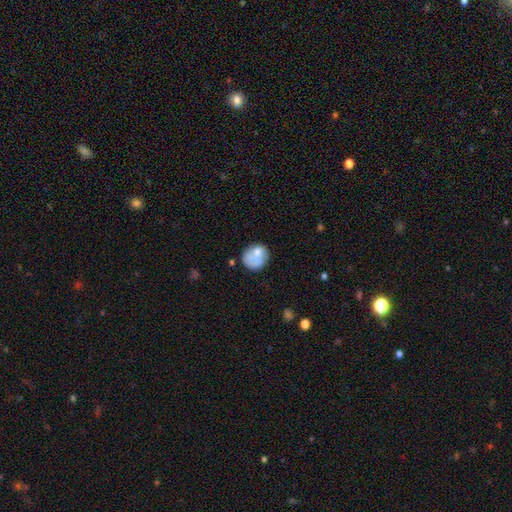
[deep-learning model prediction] Smooth or featured? Predicted: smooth (p=0.71). How rounded? Predicted: round (p=0.77). Merging? Predicted: none (p=0.53).